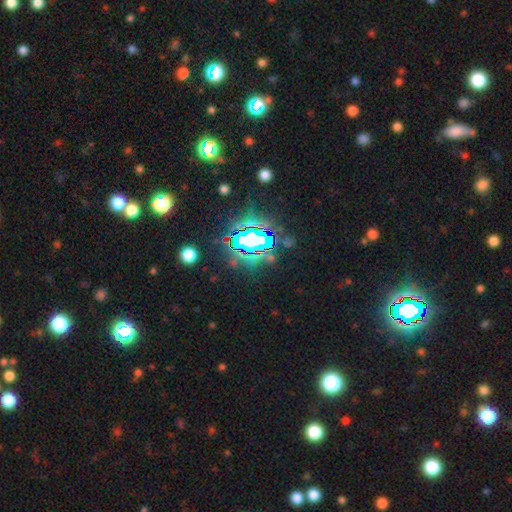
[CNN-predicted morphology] Smooth or featured? Predicted: star or artifact (p=0.81).